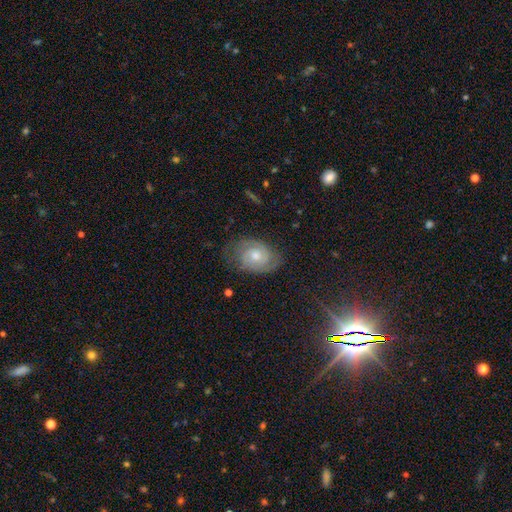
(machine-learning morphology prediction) featured or disk 77%, smooth 16%, star or artifact 7%. Down the decision tree: edge-on disk — no (97%); bar — no (69%); spiral arms — yes (94%); spiral arm count — 2 (75%); spiral winding — tight (59%); bulge size — moderate (57%); merging — none (71%).